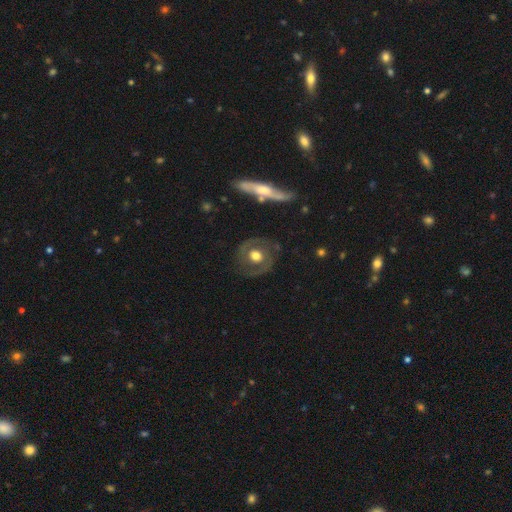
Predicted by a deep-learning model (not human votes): A featured or disk galaxy (68%) with no bar (73%), spiral arms (67%) and a moderate central bulge (58%).

Vote fractions:
- Smooth or featured? featured or disk: 68% / smooth: 26% / star or artifact: 6%
- Edge-on disk? no: 95% / yes: 5%
- Bar? no: 73% / weak: 20% / strong: 7%
- Spiral arms? yes: 67% / no: 33%
- Bulge size? moderate: 58% / large: 34% / small: 5% / dominant: 2% / none: 1%
- Merging? none: 79% / minor disturbance: 12% / major disturbance: 6% / merger: 3%